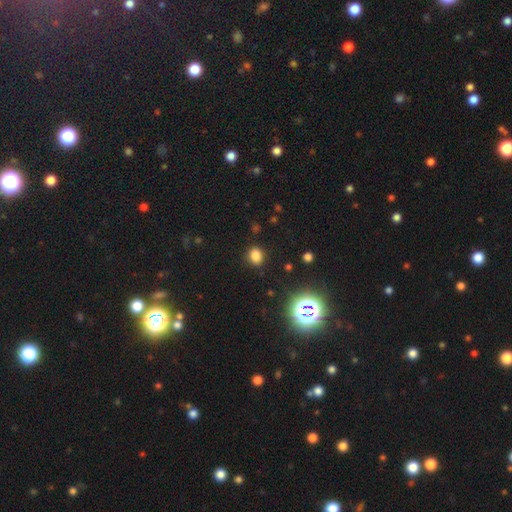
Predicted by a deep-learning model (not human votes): smooth-or-featured: smooth: 78% | star or artifact: 17% | featured or disk: 5%
  how-rounded: round: 54% | in between: 45% | cigar-shaped: 1%
  merging: none: 87% | minor disturbance: 9% | major disturbance: 3% | merger: 1%